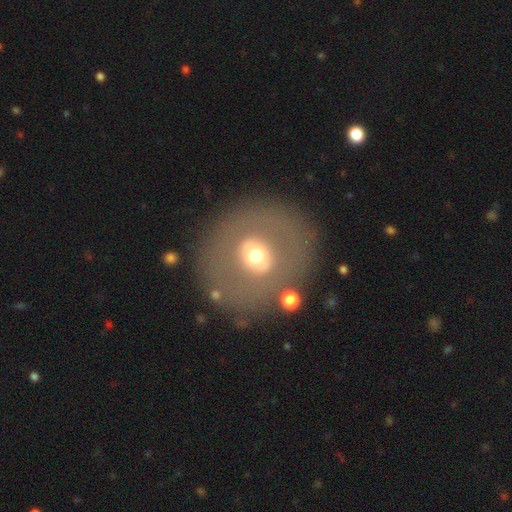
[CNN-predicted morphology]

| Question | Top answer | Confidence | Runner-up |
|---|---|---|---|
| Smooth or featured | smooth | 50% | featured or disk (39%) |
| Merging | none | 77% | minor disturbance (10%) |